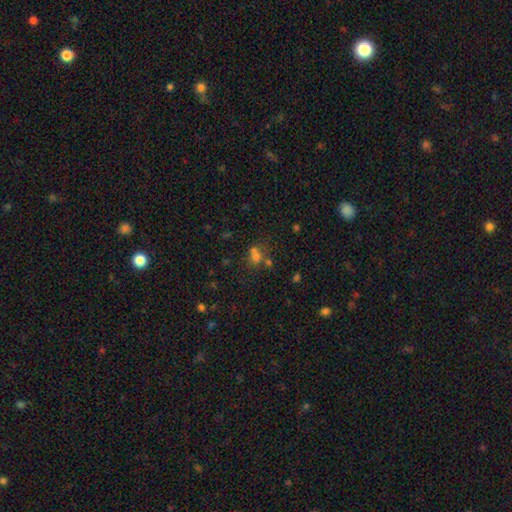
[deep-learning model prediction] smooth_or_featured: smooth (p=0.60) [alt: star or artifact p=0.24]
how_rounded: round (p=0.75) [alt: in between p=0.24]
merging: merger (p=0.45) [alt: none p=0.42]